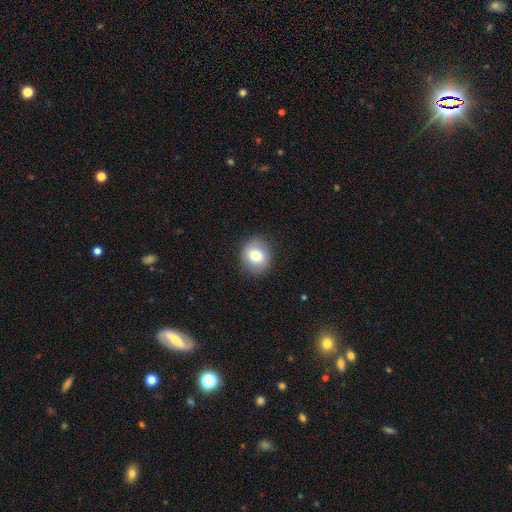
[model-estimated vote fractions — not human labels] Morphology: type=smooth (74%); roundness=round (81%); merging=none (87%).